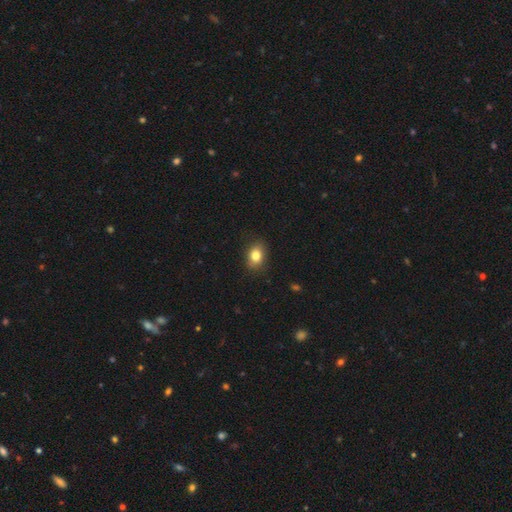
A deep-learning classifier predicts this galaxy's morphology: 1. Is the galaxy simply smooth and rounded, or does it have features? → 82% smooth, 10% star or artifact, 8% featured or disk.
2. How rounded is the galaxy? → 68% in between, 31% round, 1% cigar-shaped.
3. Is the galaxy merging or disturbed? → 85% none, 11% minor disturbance, 3% major disturbance, 1% merger.